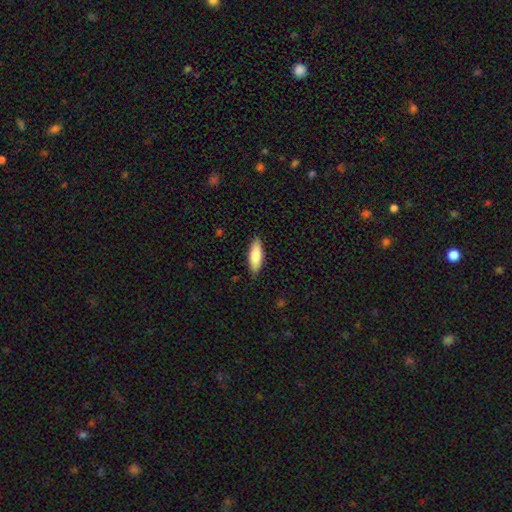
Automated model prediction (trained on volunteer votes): A smooth galaxy with no disk features (83%) that is in between round and cigar-shaped (57%).

Vote fractions:
- Smooth or featured? smooth: 83% / featured or disk: 12% / star or artifact: 5%
- How rounded? in between: 57% / cigar-shaped: 42% / round: 2%
- Merging? none: 88% / minor disturbance: 10% / major disturbance: 2% / merger: 1%